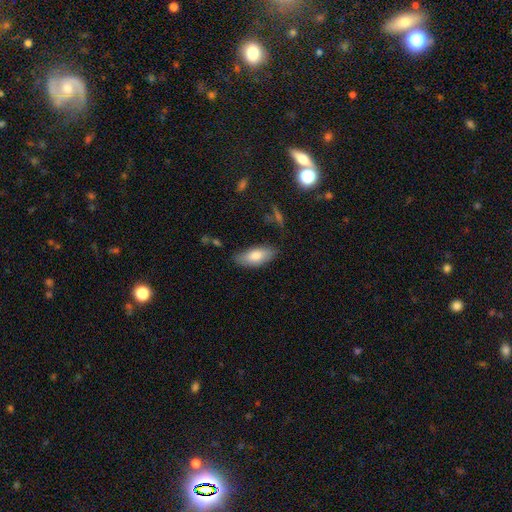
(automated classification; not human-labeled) Smooth or featured? Predicted: smooth (p=0.78). How rounded? Predicted: in between (p=0.85). Merging? Predicted: none (p=0.77).